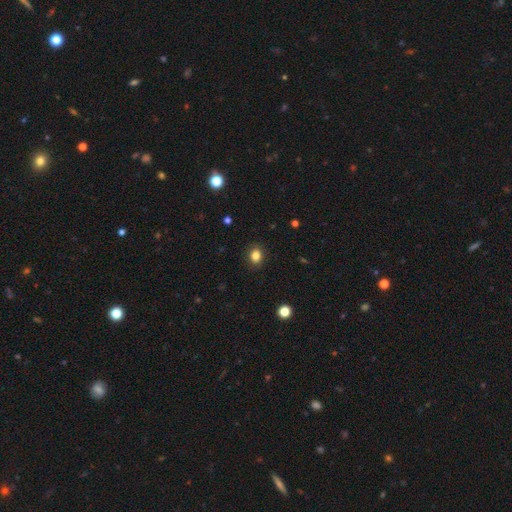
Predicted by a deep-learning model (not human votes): Overall: smooth (84%). How rounded: round (52%; in between 47%). Merging: none (88%).